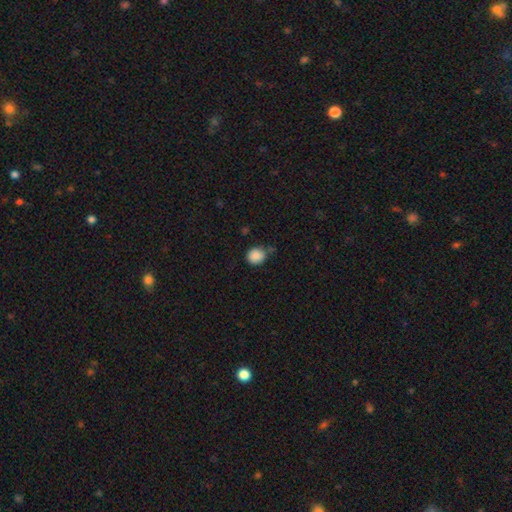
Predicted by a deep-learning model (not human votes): The model was most divided on "merging": none: 71%, minor disturbance: 19%, merger: 5%, major disturbance: 4%. More confident: smooth or featured — smooth (88%); how rounded — round (85%).